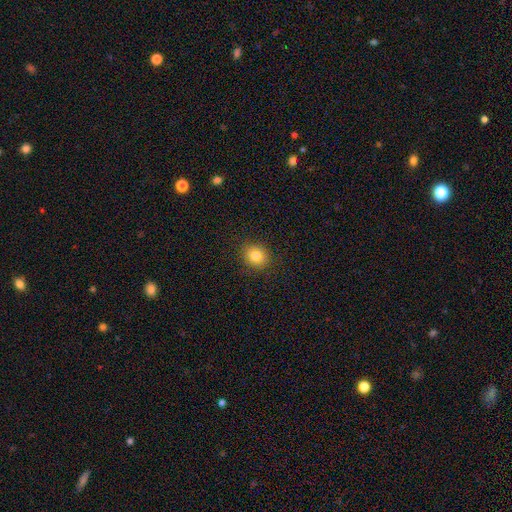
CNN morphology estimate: A smooth galaxy with no disk features (83%) that is round (74%).

Vote fractions:
- Smooth or featured? smooth: 83% / star or artifact: 11% / featured or disk: 7%
- How rounded? round: 74% / in between: 25% / cigar-shaped: 1%
- Merging? none: 89% / minor disturbance: 8% / major disturbance: 2% / merger: 1%